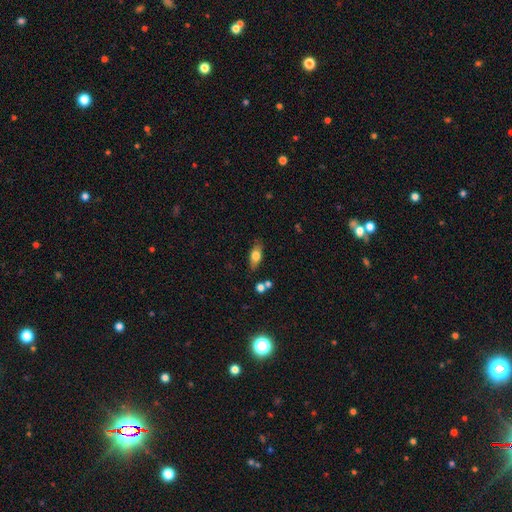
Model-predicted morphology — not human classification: smooth-or-featured: smooth: 69% | featured or disk: 23% | star or artifact: 8%
  how-rounded: in between: 79% | cigar-shaped: 16% | round: 5%
  merging: none: 79% | minor disturbance: 14% | merger: 4% | major disturbance: 3%